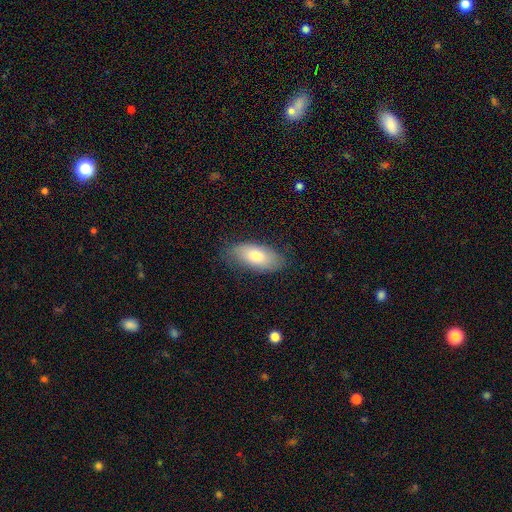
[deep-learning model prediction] A smooth galaxy with no disk features (76%) that is in between round and cigar-shaped (87%). Merging: none (81%).